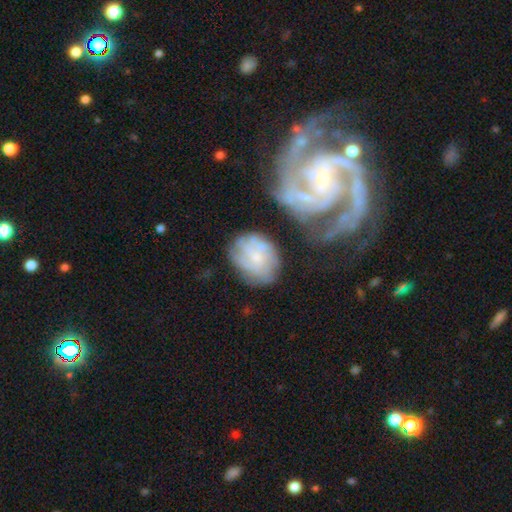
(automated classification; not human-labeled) featured or disk 65%, smooth 27%, star or artifact 8%. Down the decision tree: edge-on disk — no (97%); bar — no (68%); spiral arms — yes (82%); spiral arm count — can't tell (46%); spiral winding — tight (55%); bulge size — small (49%); merging — none (52%).